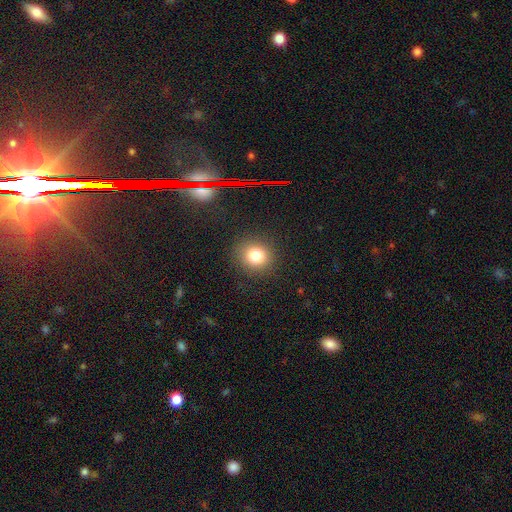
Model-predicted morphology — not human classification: smooth-or-featured: smooth: 79% | star or artifact: 14% | featured or disk: 7%
  how-rounded: round: 85% | in between: 14% | cigar-shaped: 1%
  merging: none: 88% | minor disturbance: 7% | major disturbance: 3% | merger: 1%